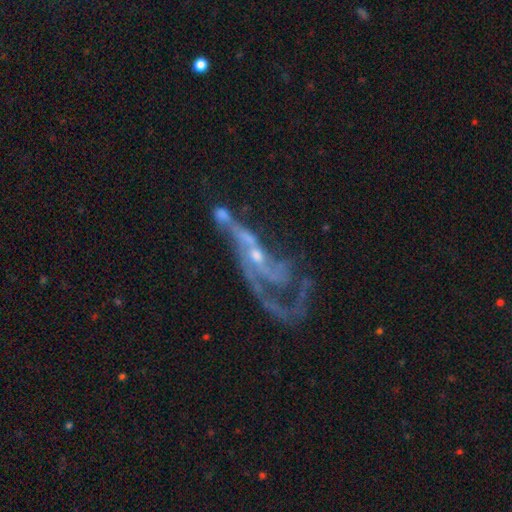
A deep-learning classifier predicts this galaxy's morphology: A featured or disk galaxy (82%) with no bar (59%), 2 (45%) loose (49%) spiral arms (83%) and a small central bulge (66%). Merging: major disturbance (34%).